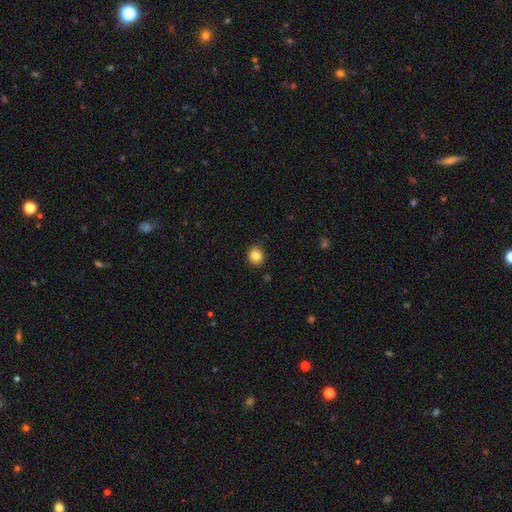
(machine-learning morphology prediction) smooth 84%, star or artifact 10%, featured or disk 6%. Down the decision tree: how rounded — round (81%); merging — none (89%).